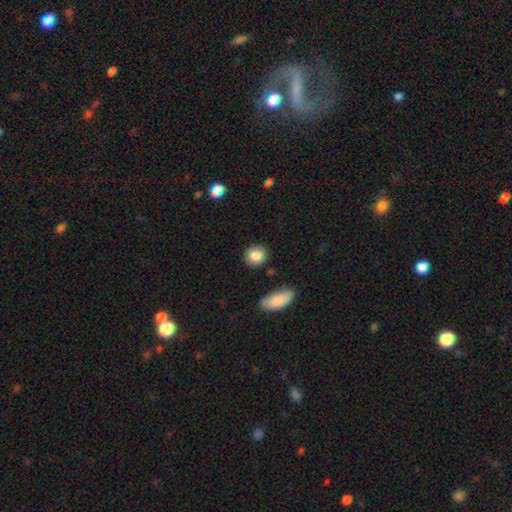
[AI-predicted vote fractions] Smooth or featured: smooth — 87% (star or artifact — 7%)
How rounded: round — 80% (in between — 18%)
Merging: none — 86% (minor disturbance — 9%)